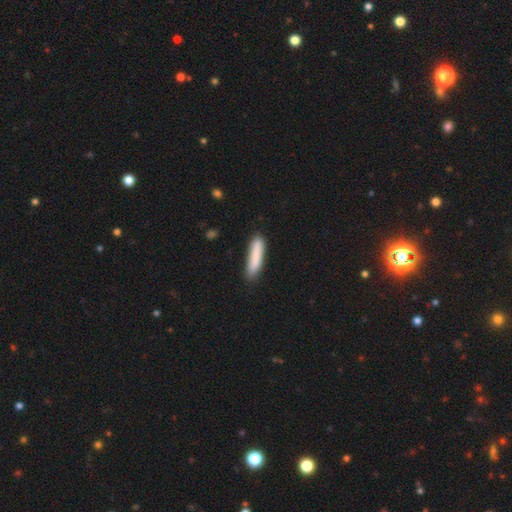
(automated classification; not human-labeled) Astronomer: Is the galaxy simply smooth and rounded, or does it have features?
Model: smooth — 85%.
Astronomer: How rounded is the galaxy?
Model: cigar-shaped — 85%.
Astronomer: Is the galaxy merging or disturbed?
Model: none — 82%.